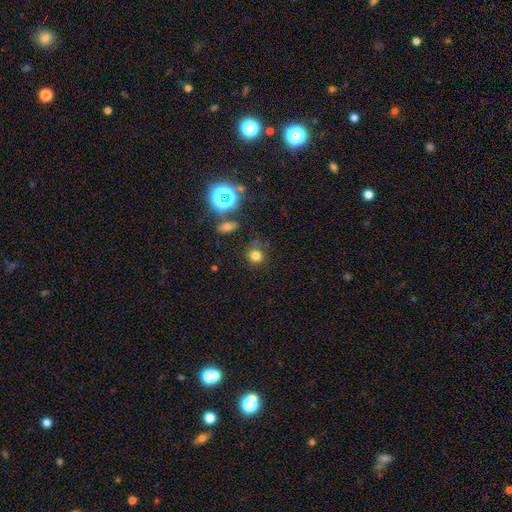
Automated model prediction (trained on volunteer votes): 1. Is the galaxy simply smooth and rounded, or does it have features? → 74% smooth, 19% star or artifact, 7% featured or disk.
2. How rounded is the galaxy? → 87% round, 12% in between, 1% cigar-shaped.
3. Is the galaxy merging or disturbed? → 74% none, 15% minor disturbance, 6% major disturbance, 5% merger.